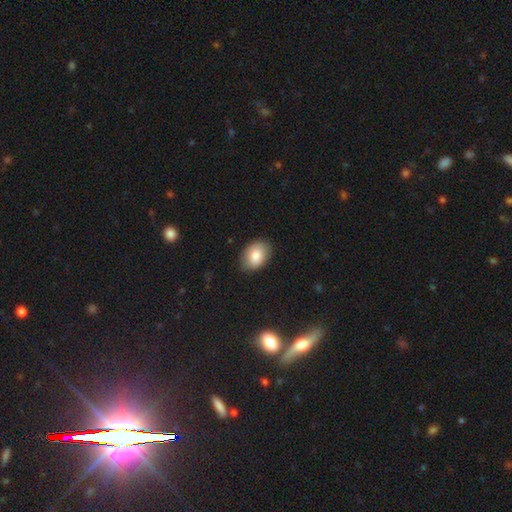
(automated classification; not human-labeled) This is clearly a smooth galaxy (84%). How rounded: clearly in between (85%). Merging: clearly none (84%).